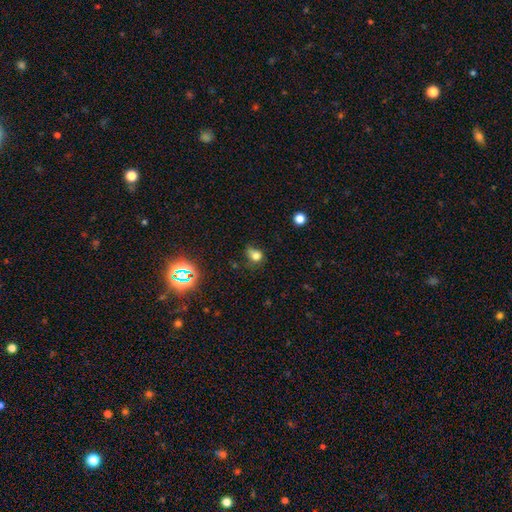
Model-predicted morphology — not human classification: A smooth galaxy with no disk features (72%) that is round (55%). Merging: none (40%).